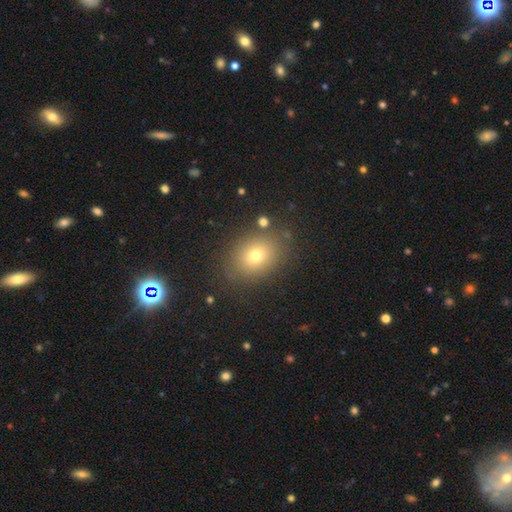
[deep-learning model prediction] This appears to be a smooth galaxy with no disk features (72%) that is in between round and cigar-shaped (54%). Merging: none (83%).